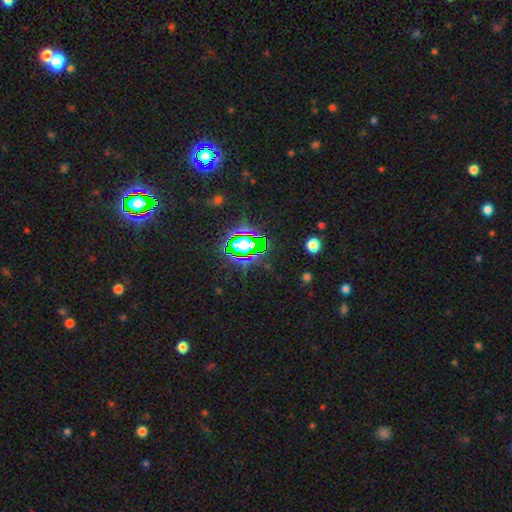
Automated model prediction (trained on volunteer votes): smooth-or-featured: star or artifact: 81% | smooth: 12% | featured or disk: 8%